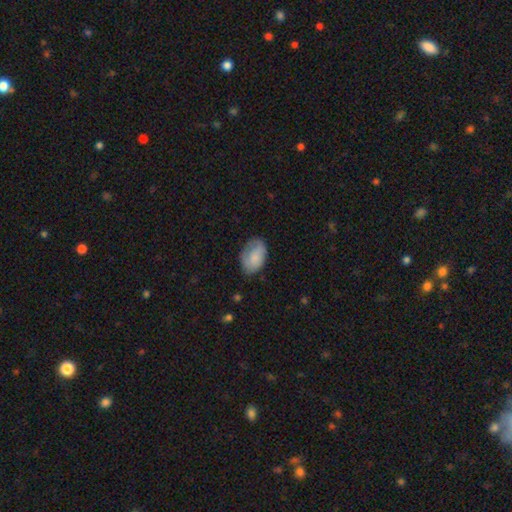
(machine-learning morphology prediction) A smooth galaxy with no disk features (77%) that is in between round and cigar-shaped (88%).

Vote fractions:
- Smooth or featured? smooth: 77% / featured or disk: 16% / star or artifact: 7%
- How rounded? in between: 88% / round: 11% / cigar-shaped: 1%
- Merging? none: 65% / minor disturbance: 26% / major disturbance: 8% / merger: 1%